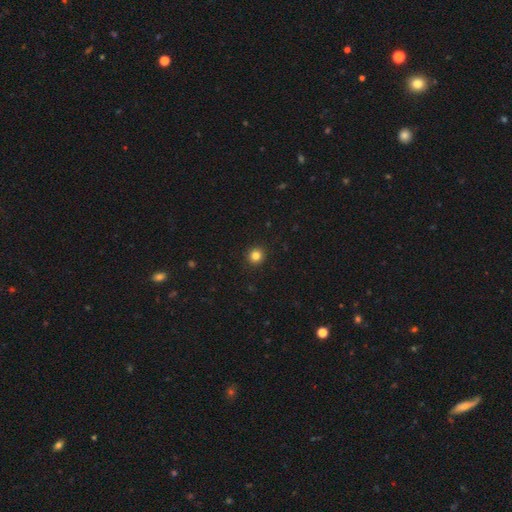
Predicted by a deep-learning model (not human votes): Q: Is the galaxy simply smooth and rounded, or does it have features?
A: smooth — 84%.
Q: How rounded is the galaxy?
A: round — 94%.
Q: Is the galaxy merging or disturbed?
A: none — 93%.